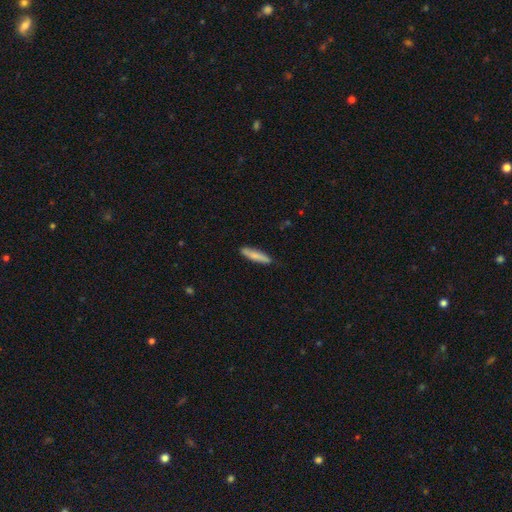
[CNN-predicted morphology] Overall: smooth (75%). How rounded: cigar-shaped (83%). Merging: none (86%).